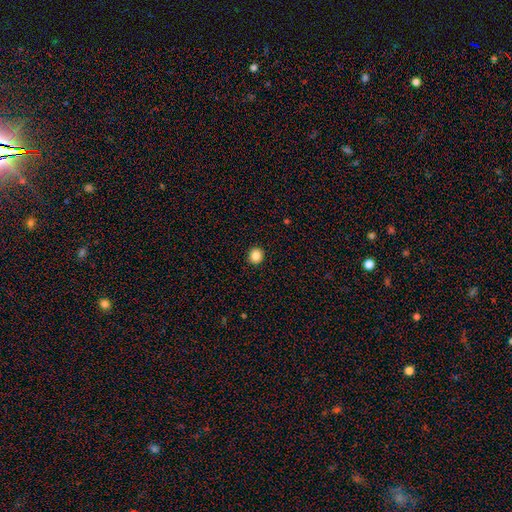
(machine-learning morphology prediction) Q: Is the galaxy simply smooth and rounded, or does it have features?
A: smooth — 85%.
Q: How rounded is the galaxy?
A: round — 87%.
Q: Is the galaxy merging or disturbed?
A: none — 93%.